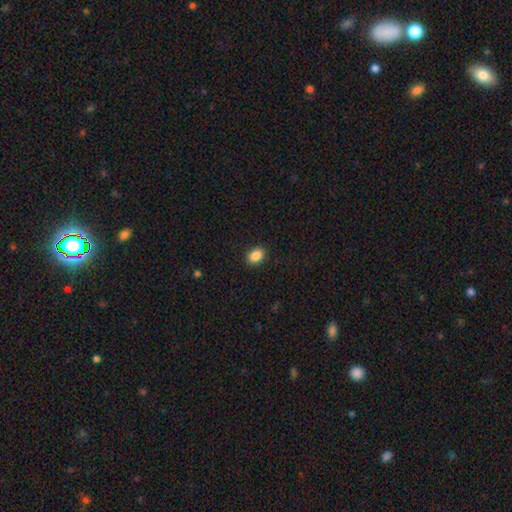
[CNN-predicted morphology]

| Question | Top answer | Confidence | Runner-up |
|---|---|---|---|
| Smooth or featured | smooth | 88% | star or artifact (8%) |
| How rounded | in between | 80% | round (19%) |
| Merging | none | 90% | minor disturbance (7%) |